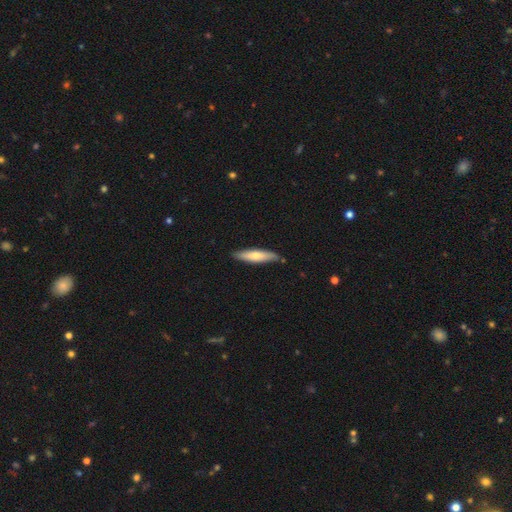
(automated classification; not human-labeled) A smooth galaxy with no disk features (67%) that is cigar-shaped (77%). Merging: none (84%).